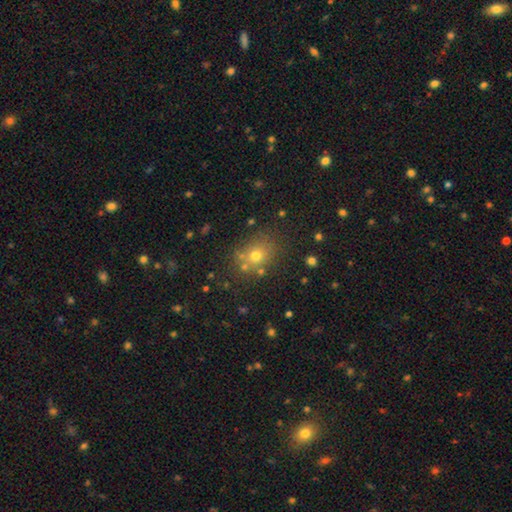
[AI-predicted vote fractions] Smooth or featured? smooth (68%)
How rounded? round (65%)
Merging? none (73%)